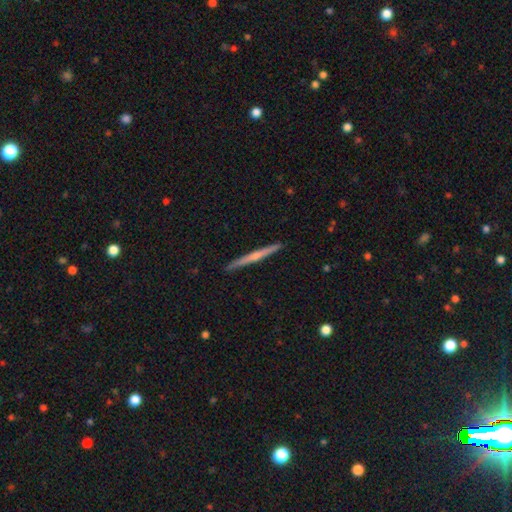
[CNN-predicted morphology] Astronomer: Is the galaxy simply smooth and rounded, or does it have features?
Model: featured or disk — 60%.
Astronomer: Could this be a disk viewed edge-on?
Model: yes — 98%.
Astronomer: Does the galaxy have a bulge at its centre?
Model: rounded — 51% (runner-up: none, 43%).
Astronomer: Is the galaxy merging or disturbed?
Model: none — 92%.